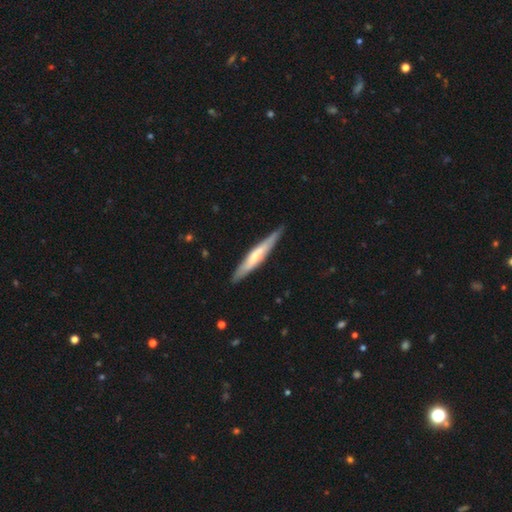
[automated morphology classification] smooth-or-featured: featured or disk: 49% | smooth: 46% | star or artifact: 5%
  merging: none: 84% | minor disturbance: 13% | major disturbance: 2% | merger: 1%